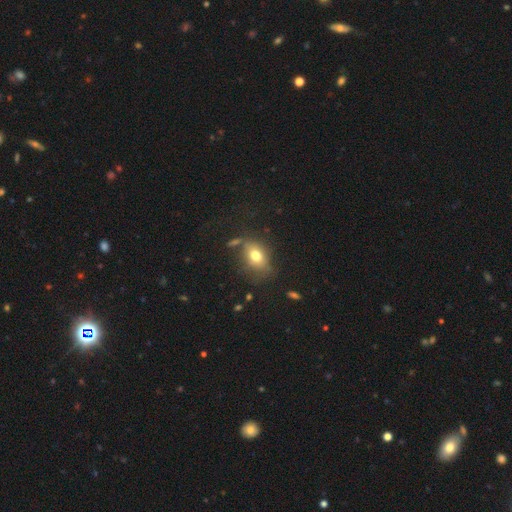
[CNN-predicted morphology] Smooth or featured? smooth (74%)
How rounded? in between (70%)
Merging? none (61%)